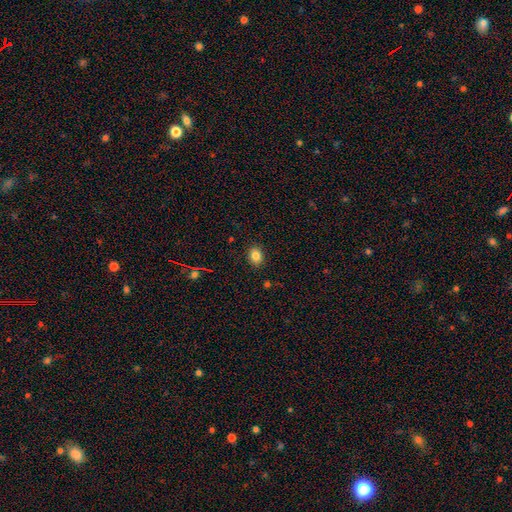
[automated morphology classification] Smooth or featured? Predicted: smooth (p=0.83). How rounded? Predicted: in between (p=0.50). Merging? Predicted: none (p=0.88).